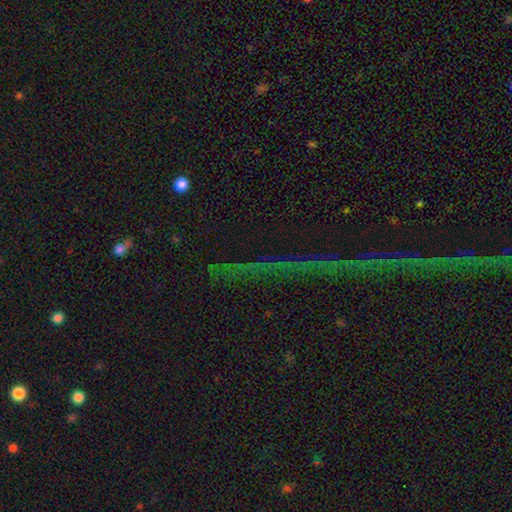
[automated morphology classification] Smooth or featured: star or artifact — 75% (featured or disk — 13%)